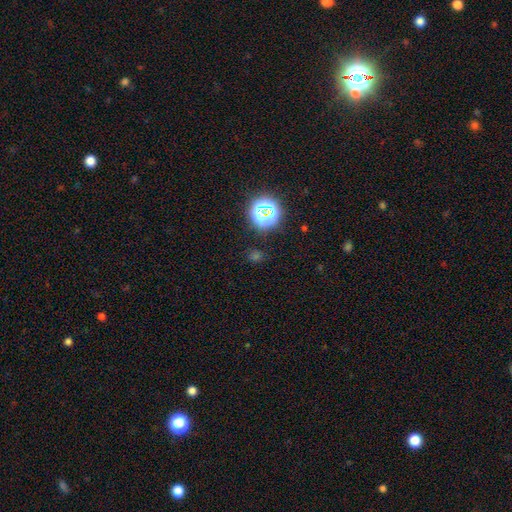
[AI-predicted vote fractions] This is possibly a star or artifact rather than a galaxy (53%).